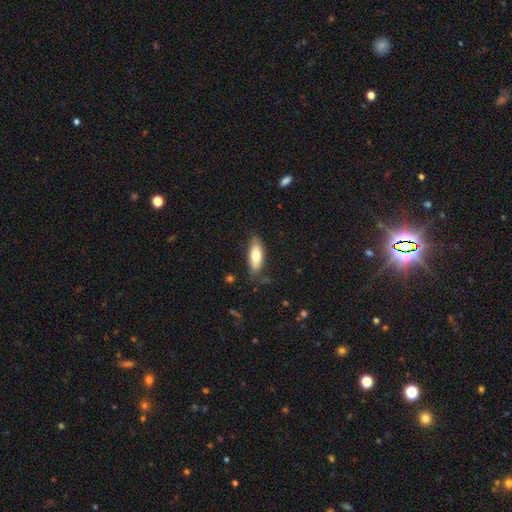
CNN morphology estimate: smooth 71%, featured or disk 22%, star or artifact 6%. Down the decision tree: how rounded — in between (72%); merging — none (79%).